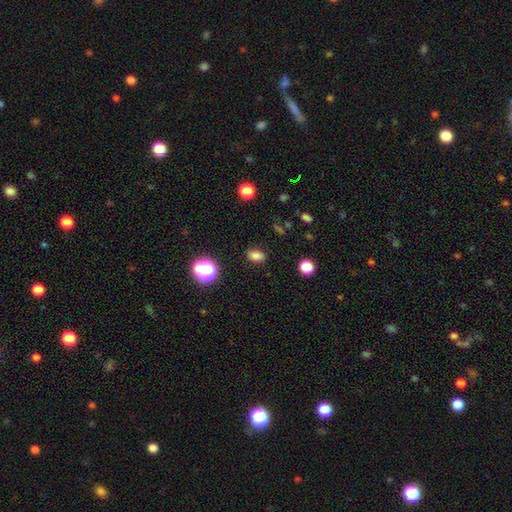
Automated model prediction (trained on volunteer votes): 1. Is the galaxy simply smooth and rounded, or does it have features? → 81% smooth, 14% star or artifact, 6% featured or disk.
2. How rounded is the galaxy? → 76% in between, 22% round, 2% cigar-shaped.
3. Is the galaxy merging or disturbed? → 87% none, 9% minor disturbance, 3% major disturbance, 2% merger.